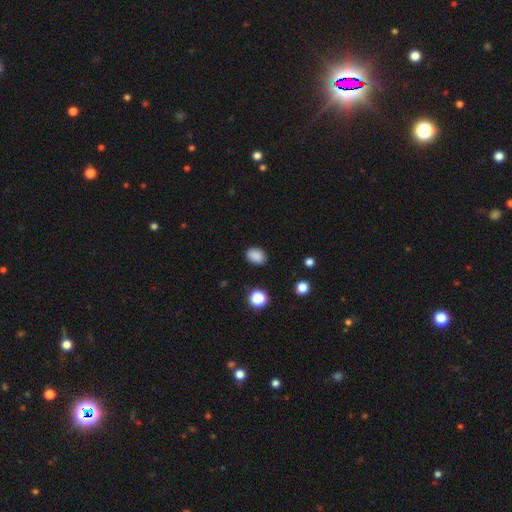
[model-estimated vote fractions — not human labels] Smooth or featured: smooth — 86% (star or artifact — 11%)
How rounded: in between — 71% (round — 28%)
Merging: none — 85% (minor disturbance — 11%)